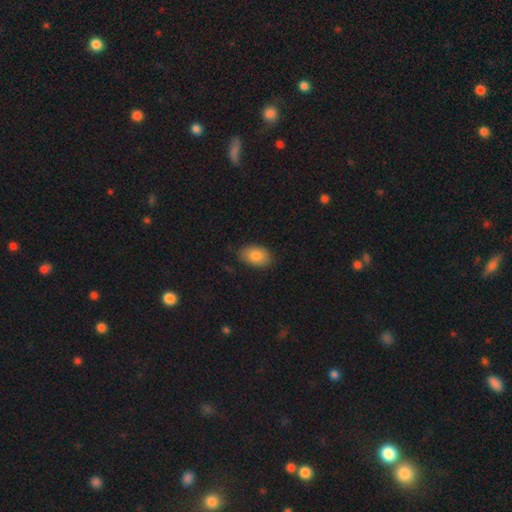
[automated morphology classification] This appears to be a smooth galaxy with no disk features (85%) that is in between round and cigar-shaped (89%). Merging: none (84%).